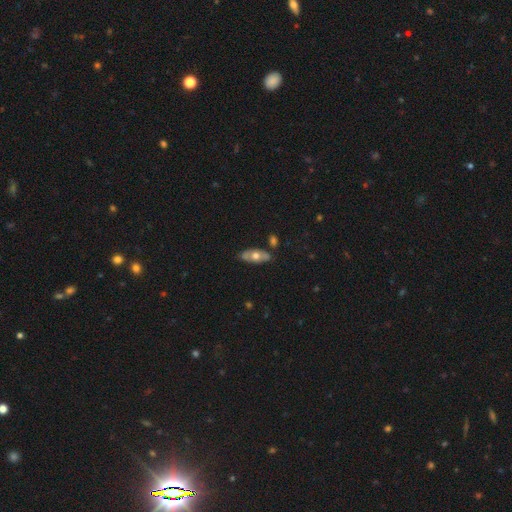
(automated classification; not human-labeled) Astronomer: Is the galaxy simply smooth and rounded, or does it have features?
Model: smooth — 47%, tied with featured or disk at 47%.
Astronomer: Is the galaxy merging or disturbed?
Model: none — 77%.